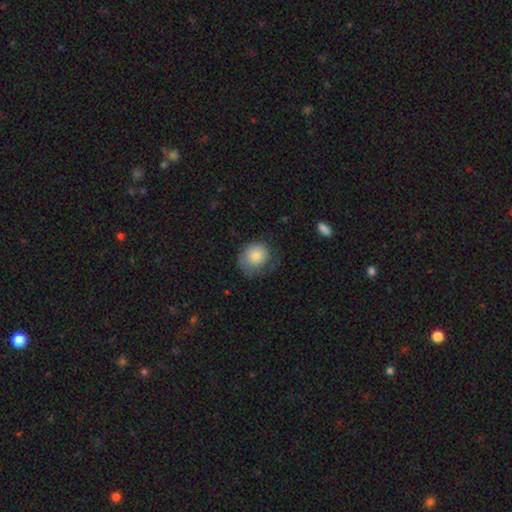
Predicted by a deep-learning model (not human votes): smooth 79%, featured or disk 14%, star or artifact 7%. Down the decision tree: how rounded — round (75%); merging — none (49%).